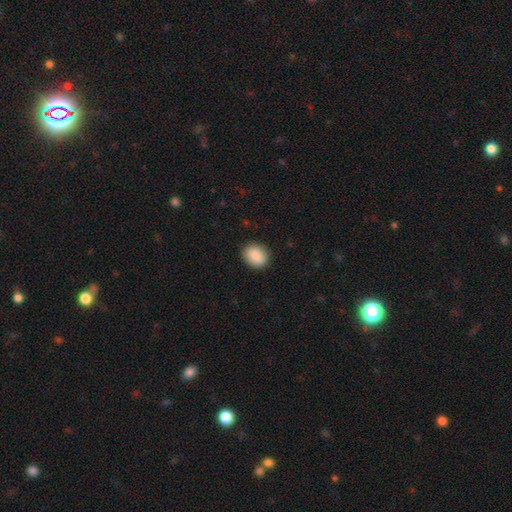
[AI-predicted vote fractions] Smooth or featured: smooth — 87% (star or artifact — 7%)
How rounded: round — 53% (in between — 46%)
Merging: none — 87% (minor disturbance — 10%)